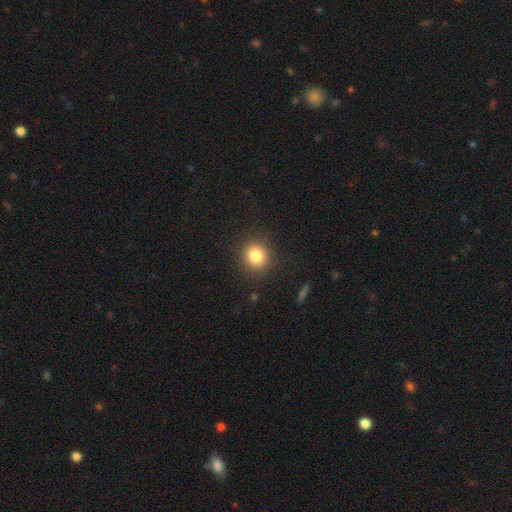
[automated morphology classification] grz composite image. It shows a smooth galaxy with no disk features (84%) that is round (88%). Merging: none (89%).